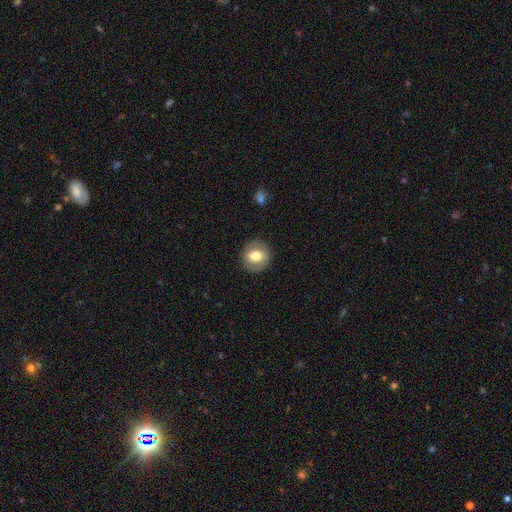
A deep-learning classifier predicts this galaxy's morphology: A smooth galaxy with no disk features (63%) that is round (80%).

Vote fractions:
- Smooth or featured? smooth: 63% / featured or disk: 29% / star or artifact: 7%
- How rounded? round: 80% / in between: 19% / cigar-shaped: 1%
- Merging? none: 86% / minor disturbance: 9% / major disturbance: 4% / merger: 1%